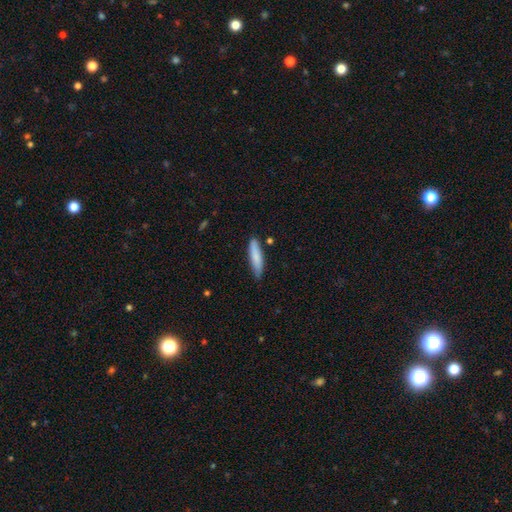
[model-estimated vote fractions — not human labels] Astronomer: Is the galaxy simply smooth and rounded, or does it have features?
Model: smooth — 83%.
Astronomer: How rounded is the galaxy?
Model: cigar-shaped — 74%.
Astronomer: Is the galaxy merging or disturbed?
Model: none — 79%.